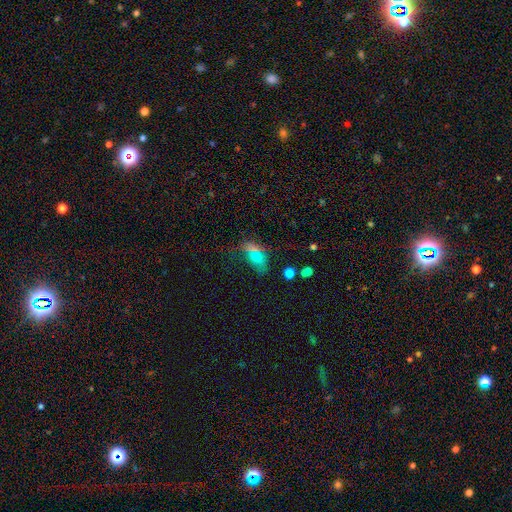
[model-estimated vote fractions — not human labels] Overall: smooth (64%). How rounded: in between (77%). Merging: none (44%; minor disturbance 22%).